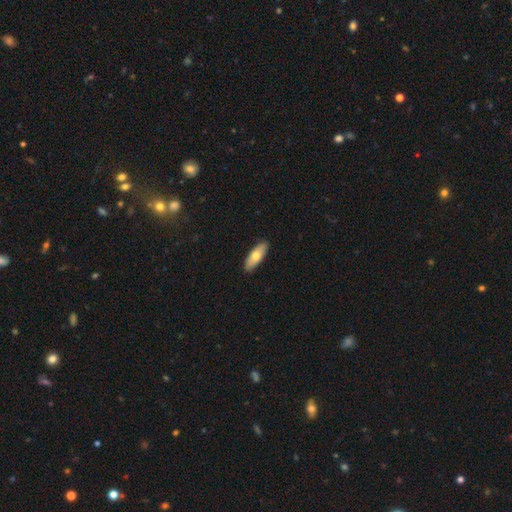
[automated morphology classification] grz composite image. It shows a smooth galaxy with no disk features (70%) that is in between round and cigar-shaped (68%). Merging: none (90%).